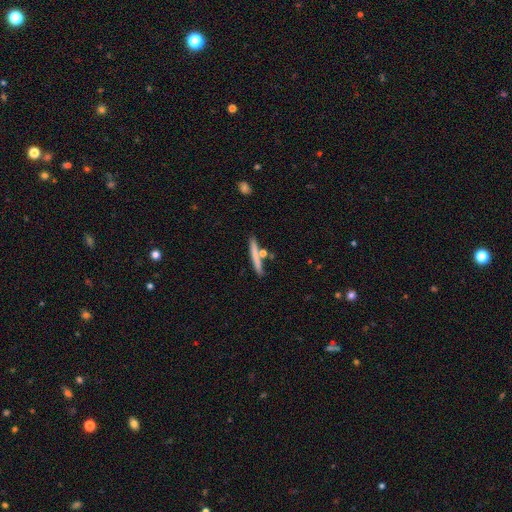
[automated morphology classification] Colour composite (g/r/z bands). It shows a smooth galaxy with no disk features (67%) that is cigar-shaped (92%). Merging: none (78%).